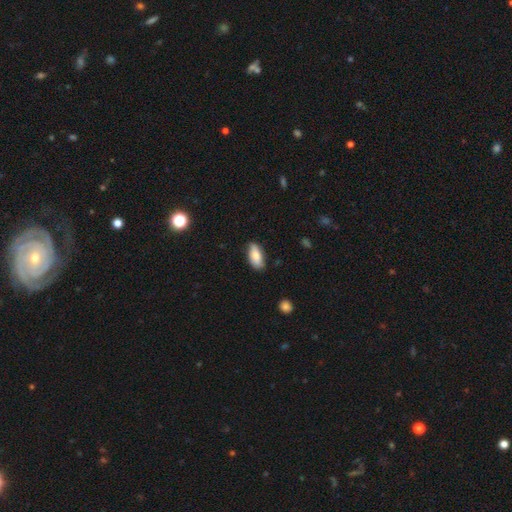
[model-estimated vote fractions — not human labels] Overall: smooth (81%). How rounded: in between (88%). Merging: none (78%).